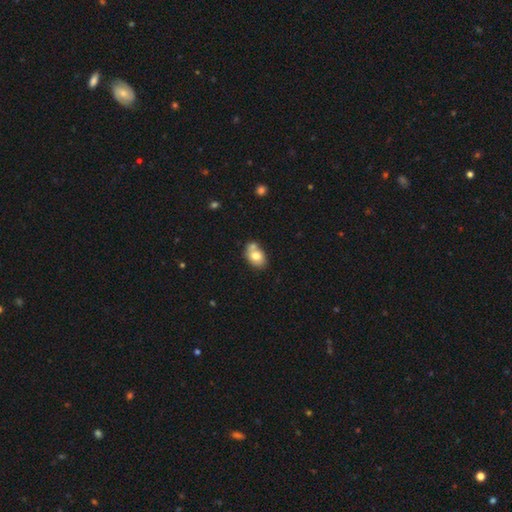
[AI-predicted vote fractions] The model was most divided on "merging": none: 46%, merger: 33%, minor disturbance: 16%, major disturbance: 4%. More confident: how rounded — in between (78%); smooth or featured — smooth (75%).